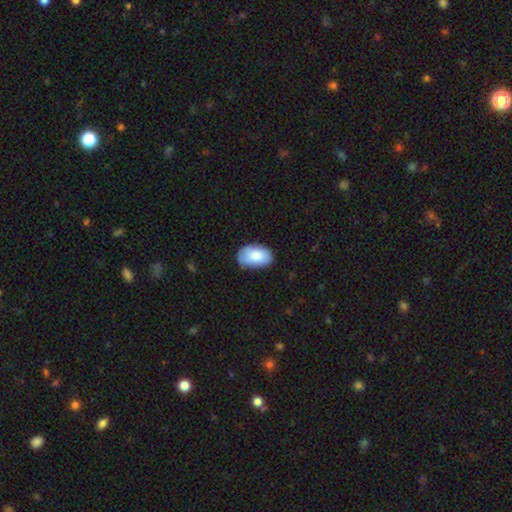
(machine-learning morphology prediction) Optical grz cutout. It shows a smooth galaxy with no disk features (82%) that is in between round and cigar-shaped (91%). Merging: none (71%).